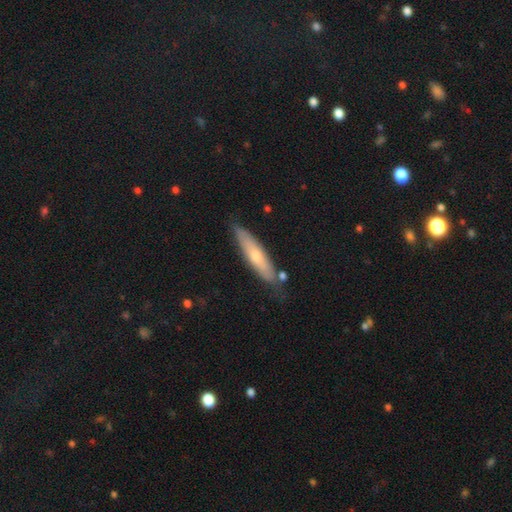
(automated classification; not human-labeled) Smooth or featured?
  - smooth: 54% *
  - featured or disk: 40%
  - star or artifact: 6%
How rounded?
  - cigar-shaped: 77% *
  - in between: 21%
  - round: 2%
Merging?
  - none: 74% *
  - minor disturbance: 18%
  - merger: 4%
  - major disturbance: 3%